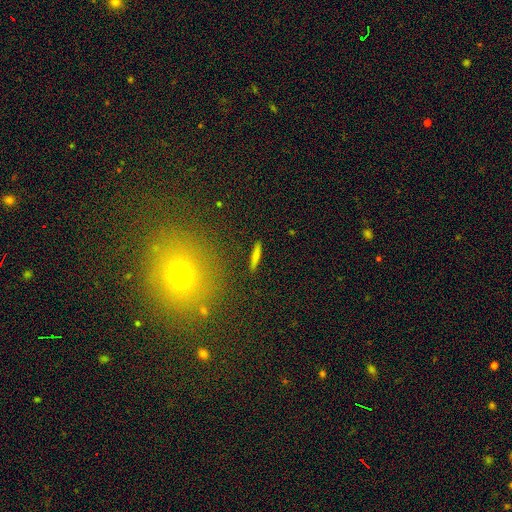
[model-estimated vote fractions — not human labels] Smooth or featured? Predicted: smooth (p=0.72). How rounded? Predicted: cigar-shaped (p=0.90). Merging? Predicted: none (p=0.89).